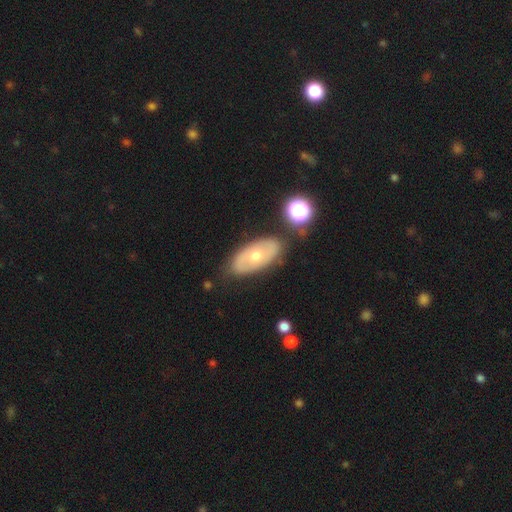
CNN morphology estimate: smooth-or-featured: featured or disk: 51% | smooth: 42% | star or artifact: 7%
  disk-edge-on: no: 87% | yes: 13%
  merging: none: 78% | minor disturbance: 14% | major disturbance: 4% | merger: 4%